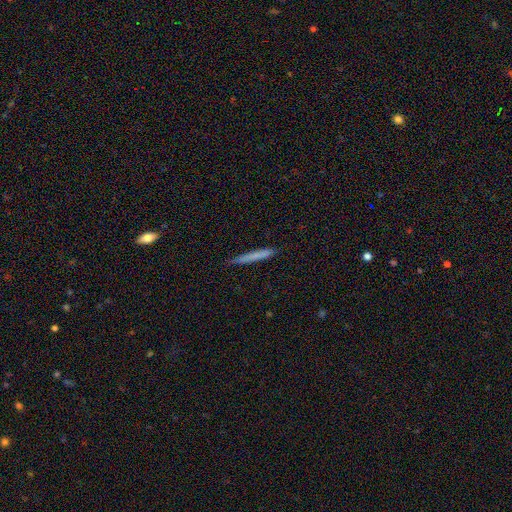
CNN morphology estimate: A smooth galaxy with no disk features (71%) that is cigar-shaped (96%). Merging: none (84%).